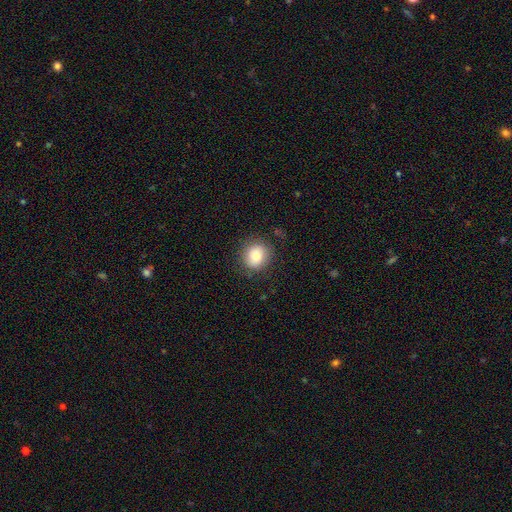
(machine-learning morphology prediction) A smooth galaxy with no disk features (83%) that is round (79%).

Vote fractions:
- Smooth or featured? smooth: 83% / star or artifact: 9% / featured or disk: 8%
- How rounded? round: 79% / in between: 20% / cigar-shaped: 1%
- Merging? none: 82% / minor disturbance: 13% / major disturbance: 5% / merger: 1%